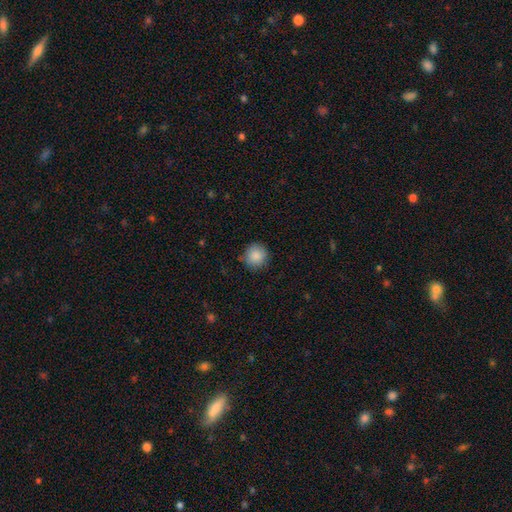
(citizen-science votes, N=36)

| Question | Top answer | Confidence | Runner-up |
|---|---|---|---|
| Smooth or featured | smooth | 94% | featured or disk (3%) |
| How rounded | round | 97% | in between (3%) |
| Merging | none | 86% | minor disturbance (9%) |